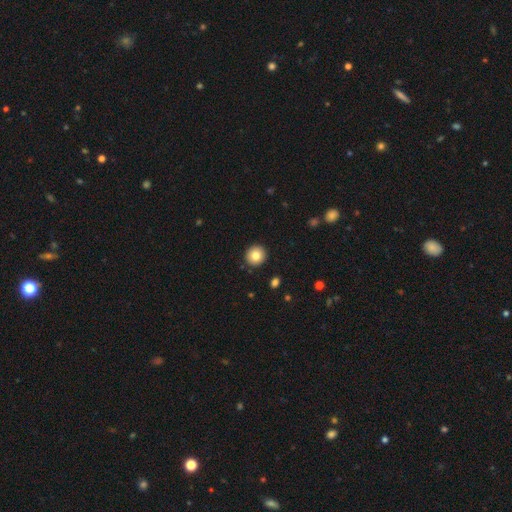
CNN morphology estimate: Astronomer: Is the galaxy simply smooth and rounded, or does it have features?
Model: smooth — 83%.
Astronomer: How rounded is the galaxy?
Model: round — 95%.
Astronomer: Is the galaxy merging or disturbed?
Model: none — 93%.